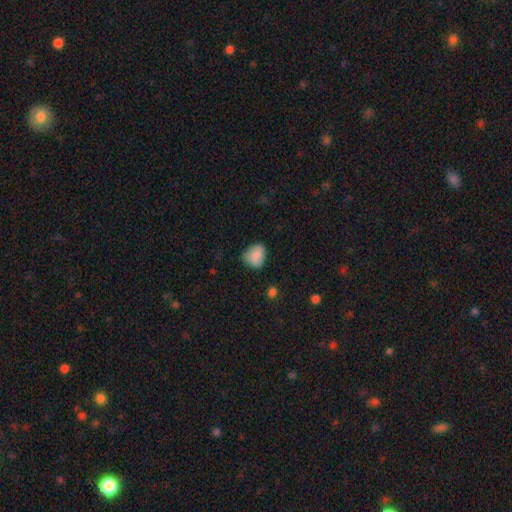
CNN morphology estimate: Overall: smooth (84%). How rounded: in between (52%; round 47%). Merging: none (59%; minor disturbance 32%).